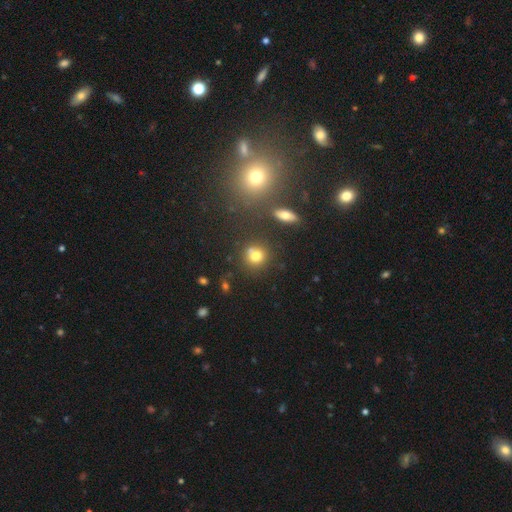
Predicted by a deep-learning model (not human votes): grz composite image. It shows a smooth galaxy with no disk features (74%) that is round (83%). Merging: none (65%).